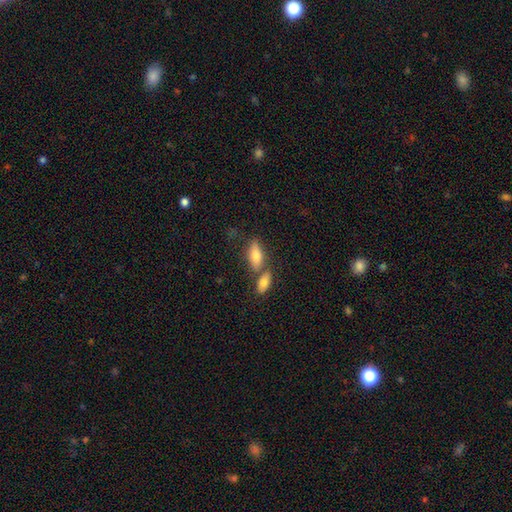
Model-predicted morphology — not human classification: Overall: smooth (71%). How rounded: in between (78%). Merging: none (53%; merger 32%).